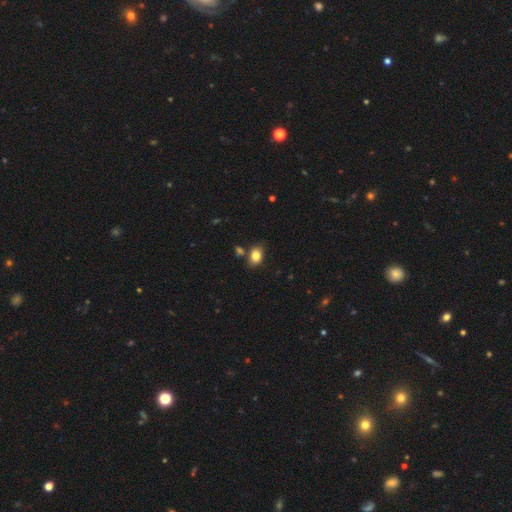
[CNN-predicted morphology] type=smooth (84%); roundness=in between (76%); merging=none (72%).